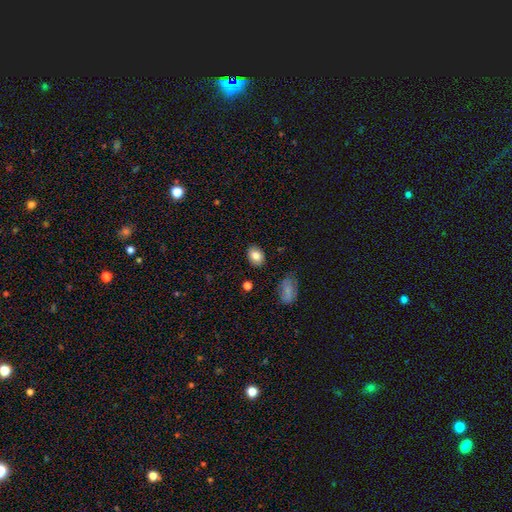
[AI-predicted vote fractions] Smooth or featured? smooth (83%)
How rounded? in between (68%)
Merging? none (86%)